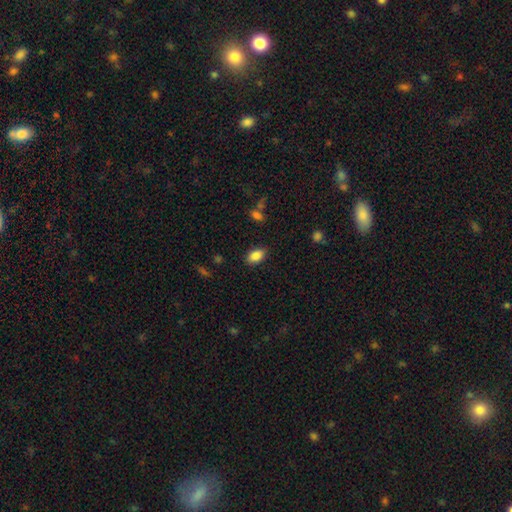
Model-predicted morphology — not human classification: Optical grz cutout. It shows a smooth galaxy with no disk features (86%) that is in between round and cigar-shaped (91%). Merging: none (85%).